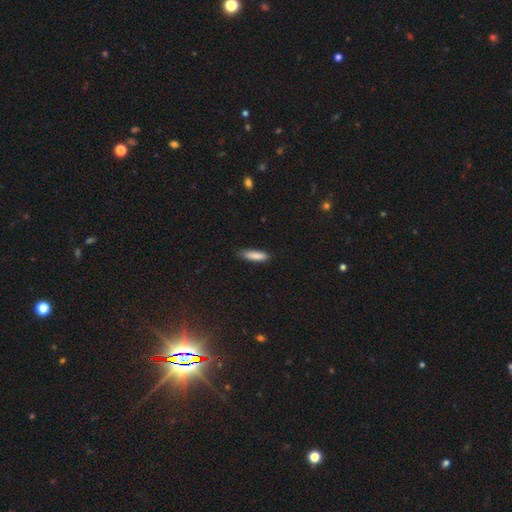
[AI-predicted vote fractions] Smooth or featured? smooth (87%)
How rounded? cigar-shaped (66%)
Merging? none (79%)